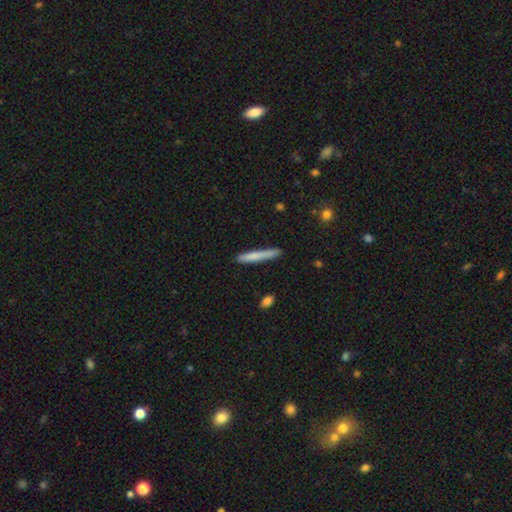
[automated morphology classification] type=smooth (73%); roundness=cigar-shaped (95%); merging=none (84%).